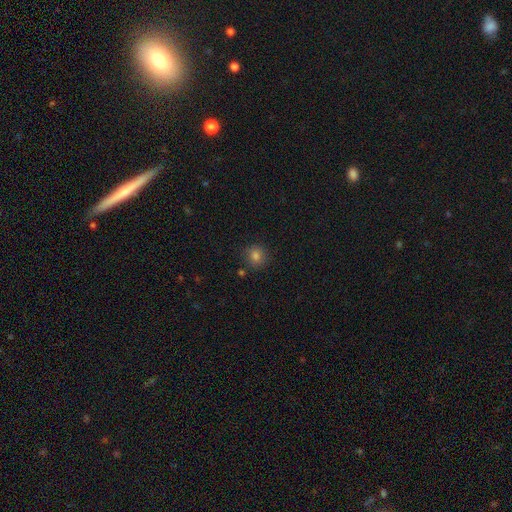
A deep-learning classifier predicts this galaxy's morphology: smooth_or_featured: smooth (p=0.79) [alt: star or artifact p=0.15]
how_rounded: round (p=0.89) [alt: in between p=0.10]
merging: none (p=0.87) [alt: minor disturbance p=0.08]